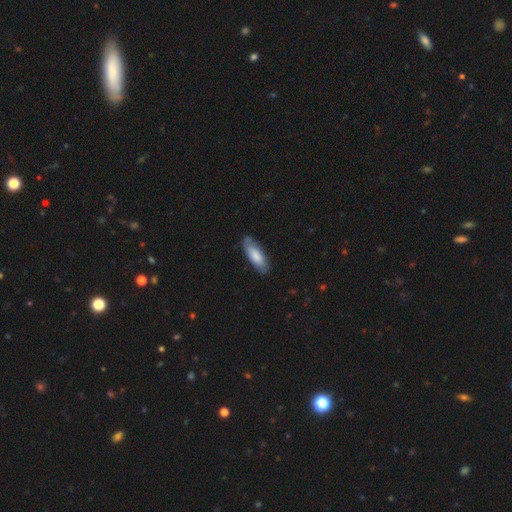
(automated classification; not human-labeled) smooth-or-featured: smooth: 74% | featured or disk: 21% | star or artifact: 5%
  how-rounded: in between: 68% | cigar-shaped: 31% | round: 1%
  merging: none: 77% | minor disturbance: 18% | major disturbance: 3% | merger: 1%